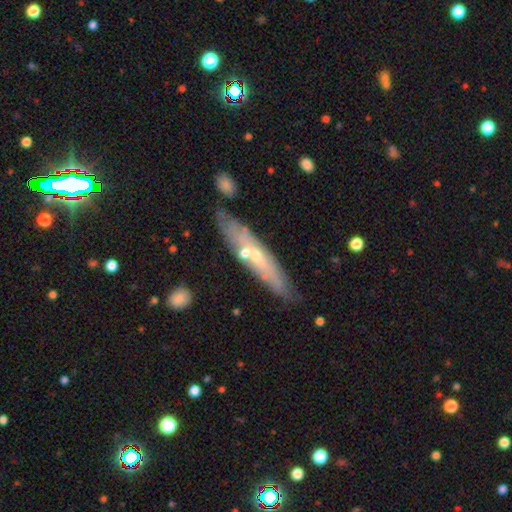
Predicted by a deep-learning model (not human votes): Smooth or featured? Predicted: featured or disk (p=0.58). Edge-on disk? Predicted: yes (p=0.68). Merging? Predicted: none (p=0.79).